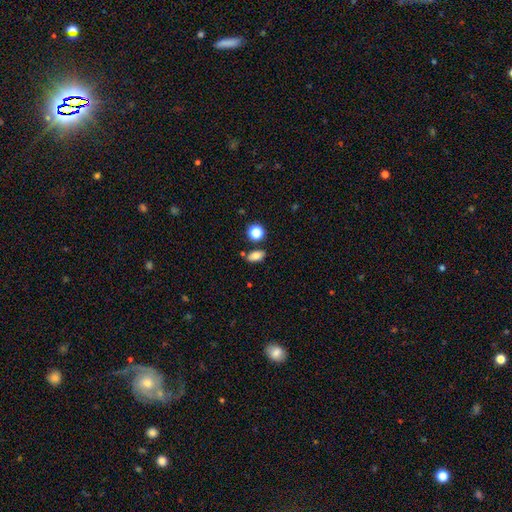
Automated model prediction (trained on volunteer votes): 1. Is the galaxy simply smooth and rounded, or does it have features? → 79% smooth, 11% star or artifact, 10% featured or disk.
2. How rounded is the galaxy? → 82% in between, 13% round, 4% cigar-shaped.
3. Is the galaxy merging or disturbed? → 78% none, 12% minor disturbance, 7% merger, 3% major disturbance.